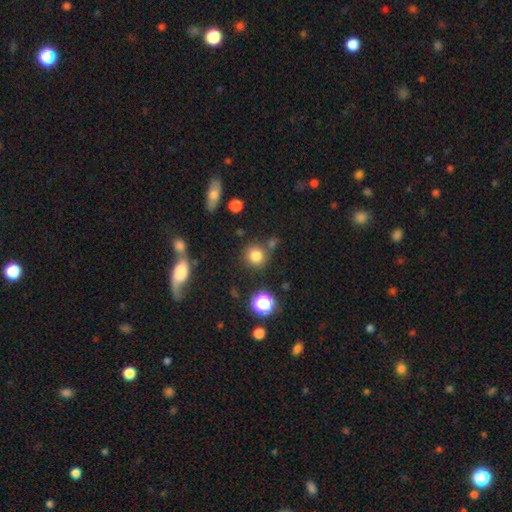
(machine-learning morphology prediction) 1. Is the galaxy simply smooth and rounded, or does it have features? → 79% smooth, 14% star or artifact, 6% featured or disk.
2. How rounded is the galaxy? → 87% round, 12% in between, 1% cigar-shaped.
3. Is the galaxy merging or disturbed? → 77% none, 11% minor disturbance, 9% merger, 4% major disturbance.